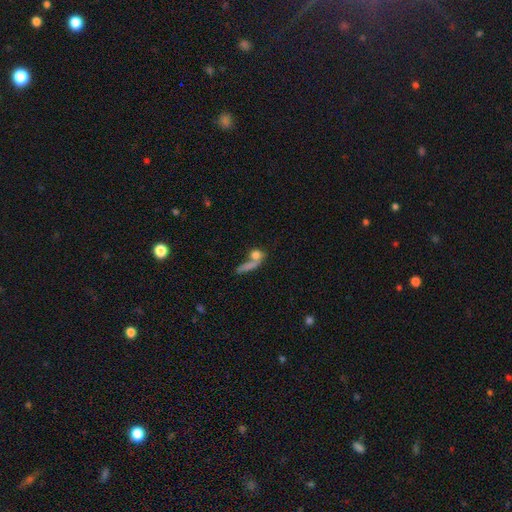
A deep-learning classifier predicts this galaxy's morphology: This is possibly a smooth galaxy (54%). How rounded: marginally round (36%). Merging: marginally merger (39%).